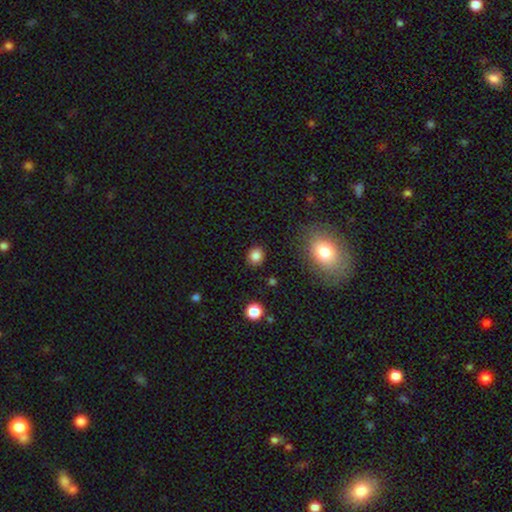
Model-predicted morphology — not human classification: Smooth or featured? smooth (84%)
How rounded? round (74%)
Merging? none (88%)